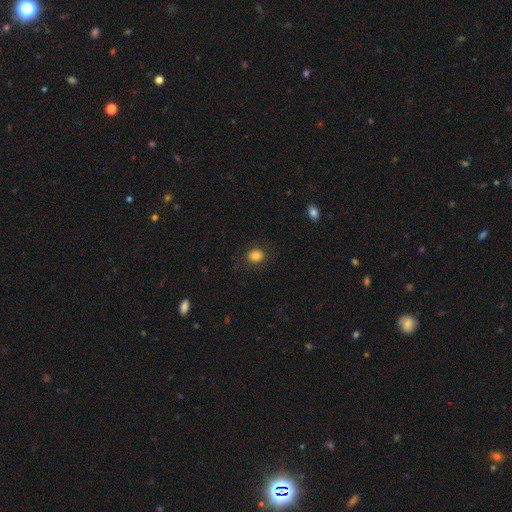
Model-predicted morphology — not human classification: A smooth galaxy with no disk features (83%) that is round (68%).

Vote fractions:
- Smooth or featured? smooth: 83% / star or artifact: 11% / featured or disk: 6%
- How rounded? round: 68% / in between: 31% / cigar-shaped: 1%
- Merging? none: 87% / minor disturbance: 9% / major disturbance: 3% / merger: 1%